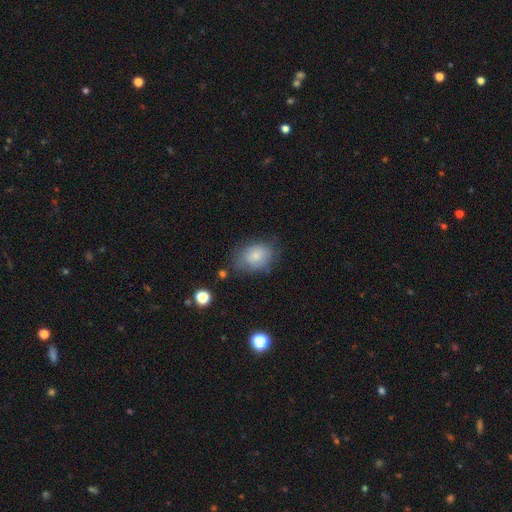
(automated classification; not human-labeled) smooth 80%, featured or disk 12%, star or artifact 8%. Down the decision tree: how rounded — in between (71%); merging — none (63%).